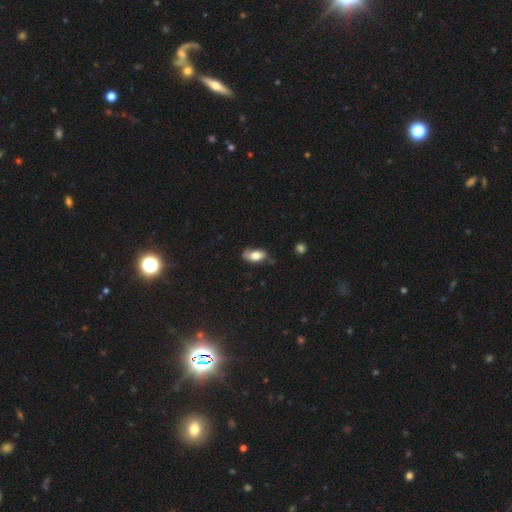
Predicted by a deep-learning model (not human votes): Morphology: type=smooth (72%); roundness=in between (90%); merging=none (55%).